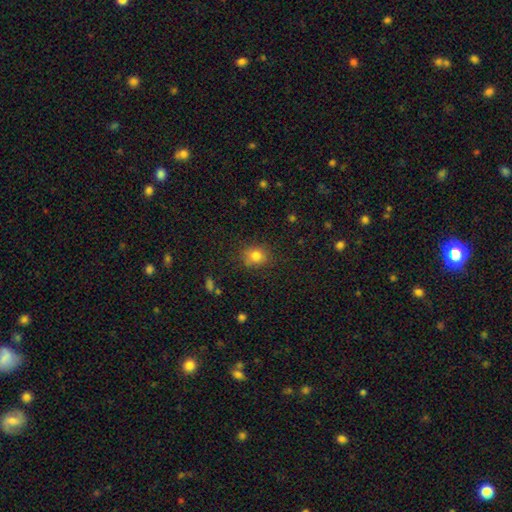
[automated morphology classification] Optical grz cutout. It shows a smooth galaxy with no disk features (81%) that is round (67%). Merging: none (80%).